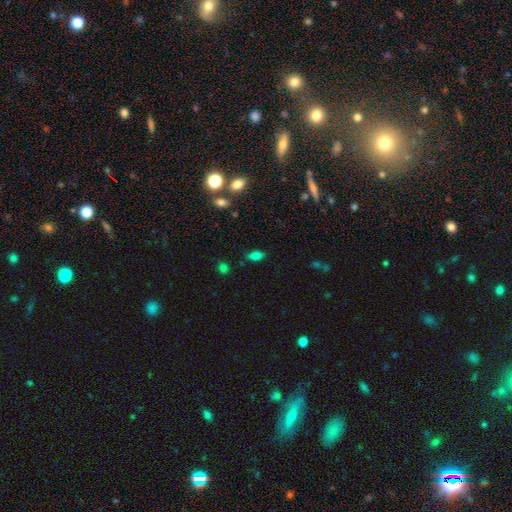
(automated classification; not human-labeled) Smooth or featured?
  - smooth: 78% *
  - star or artifact: 14%
  - featured or disk: 8%
How rounded?
  - in between: 86% *
  - round: 8%
  - cigar-shaped: 6%
Merging?
  - none: 80% *
  - minor disturbance: 13%
  - major disturbance: 4%
  - merger: 3%